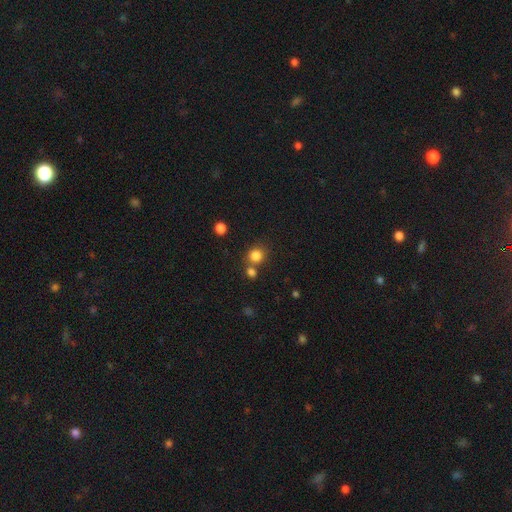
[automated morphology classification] This is clearly a smooth galaxy (82%). How rounded: clearly round (84%). Merging: likely none (63%).